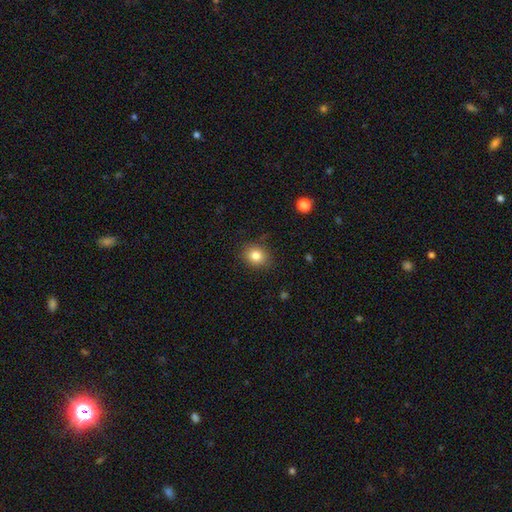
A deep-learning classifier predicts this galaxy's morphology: Smooth or featured? smooth (82%)
How rounded? round (63%)
Merging? none (85%)